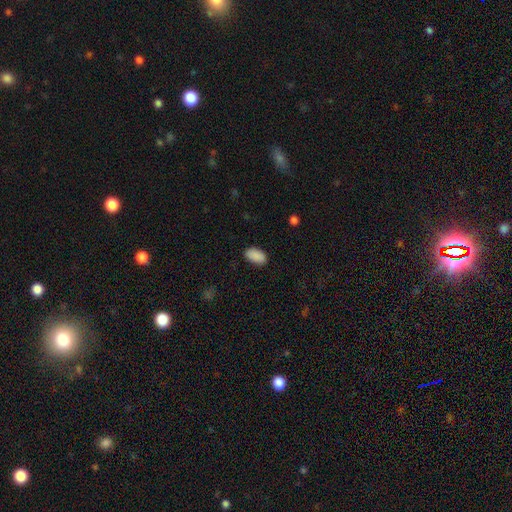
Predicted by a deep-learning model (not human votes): Smooth or featured? smooth (90%)
How rounded? in between (95%)
Merging? none (86%)